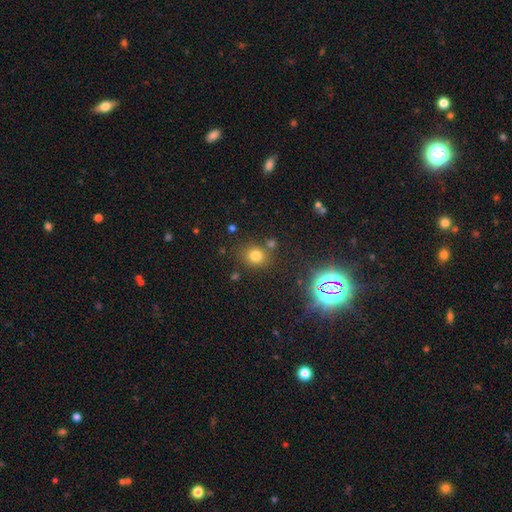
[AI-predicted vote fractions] A smooth galaxy with no disk features (73%) that is round (82%). Merging: none (76%).